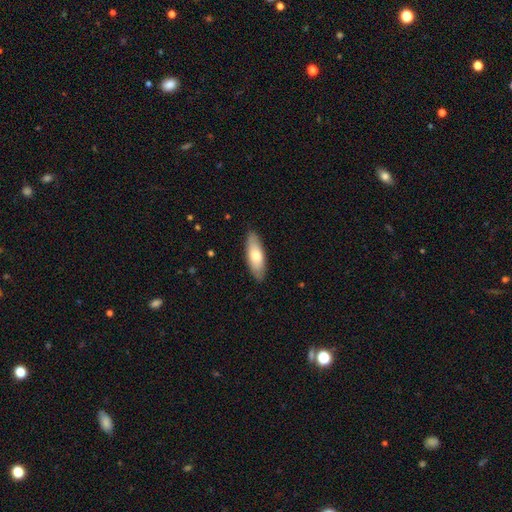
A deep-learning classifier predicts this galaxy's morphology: Smooth or featured: smooth — 72% (featured or disk — 23%)
How rounded: in between — 63% (cigar-shaped — 35%)
Merging: none — 87% (minor disturbance — 10%)